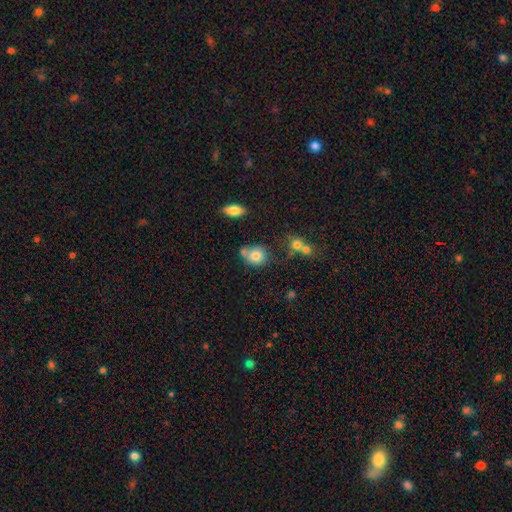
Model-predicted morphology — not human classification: This is likely a smooth galaxy (78%). How rounded: likely round (67%). Merging: possibly none (48%).